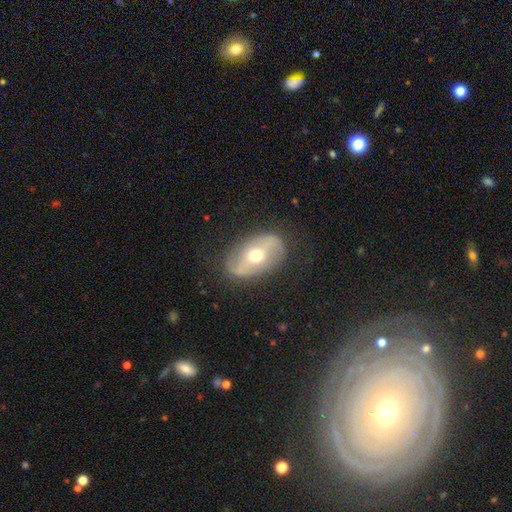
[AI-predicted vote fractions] This is likely a featured or disk galaxy (68%). It is clearly not viewed edge-on (92%). Bar: marginally strong (36%). Spiral arm pattern: likely yes (63%). Central bulge: likely moderate (73%). Merging: clearly none (81%).